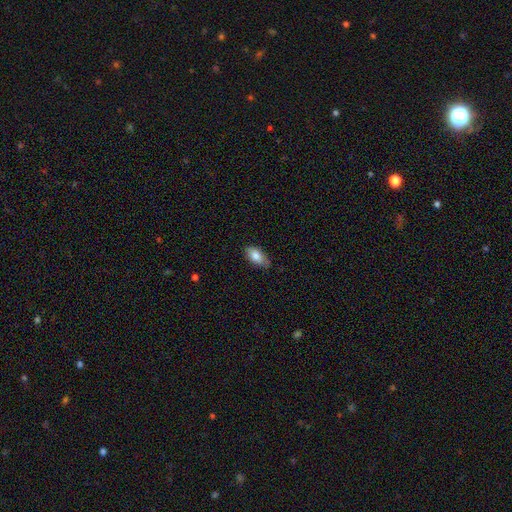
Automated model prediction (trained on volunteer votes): This is clearly a smooth galaxy (82%). How rounded: clearly in between (91%). Merging: likely none (76%).